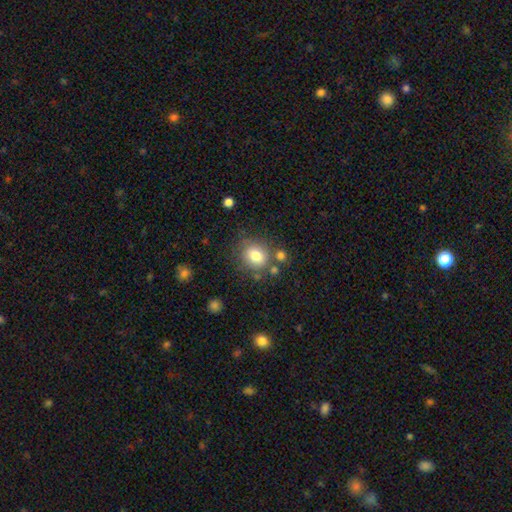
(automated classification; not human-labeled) Smooth or featured: smooth — 79% (star or artifact — 11%)
How rounded: round — 68% (in between — 31%)
Merging: none — 70% (minor disturbance — 15%)